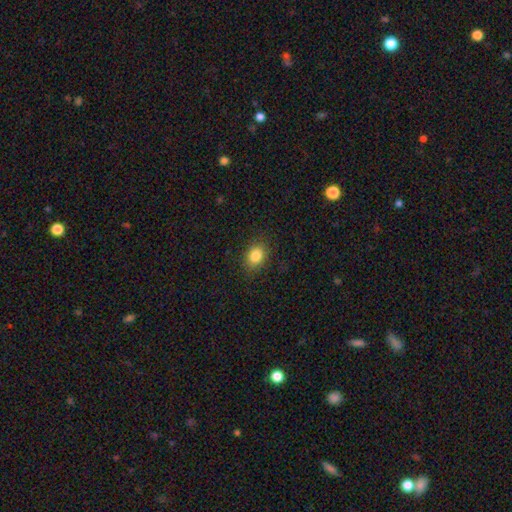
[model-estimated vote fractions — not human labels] Morphology: type=smooth (84%); roundness=in between (58%); merging=none (86%).